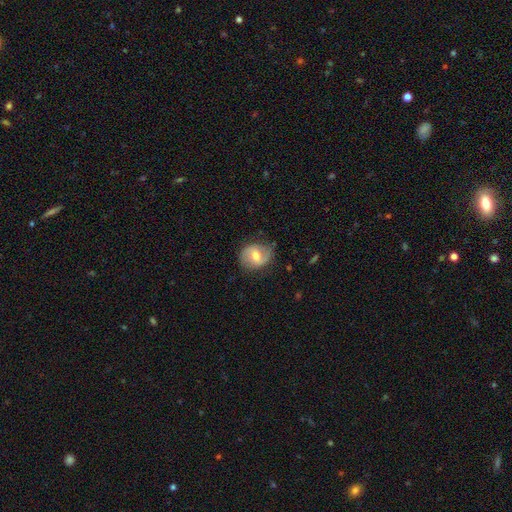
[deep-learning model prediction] smooth-or-featured: featured or disk: 57% | smooth: 37% | star or artifact: 7%
  disk-edge-on: no: 97% | yes: 3%
    bar: weak: 52% | no: 27% | strong: 21%
    has-spiral-arms: yes: 81% | no: 19%
    bulge-size: moderate: 68% | small: 23% | large: 6% | none: 2% | dominant: 1%
  merging: none: 75% | minor disturbance: 18% | major disturbance: 5% | merger: 1%